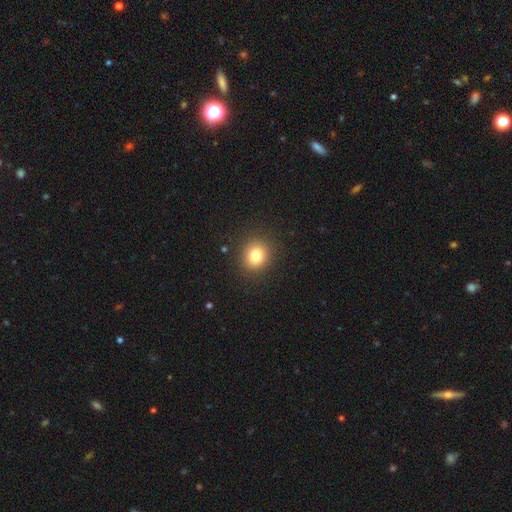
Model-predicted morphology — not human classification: Overall: smooth (80%). How rounded: round (81%). Merging: none (90%).